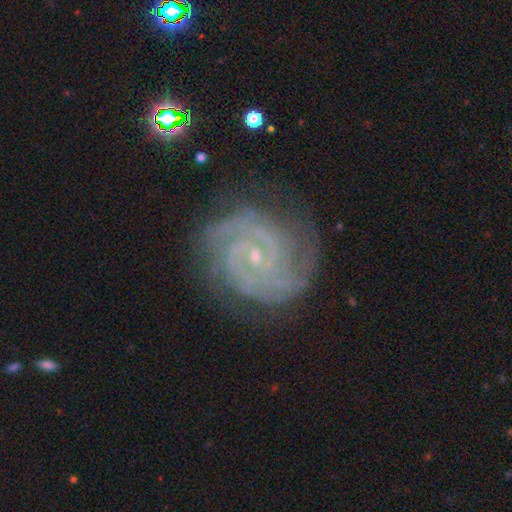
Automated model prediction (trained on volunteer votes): A featured or disk galaxy (90%) with no bar (56%), 2 (41%) tight (76%) spiral arms (99%) and a small central bulge (84%). Merging: none (78%).